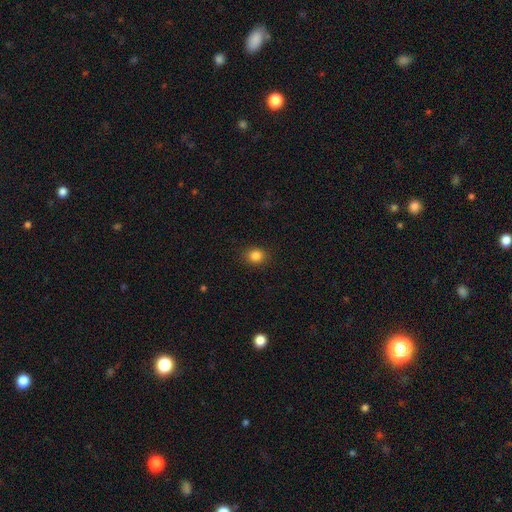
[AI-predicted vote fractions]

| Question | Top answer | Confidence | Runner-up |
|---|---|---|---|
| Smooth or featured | smooth | 85% | star or artifact (11%) |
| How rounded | round | 69% | in between (30%) |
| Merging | none | 89% | minor disturbance (8%) |